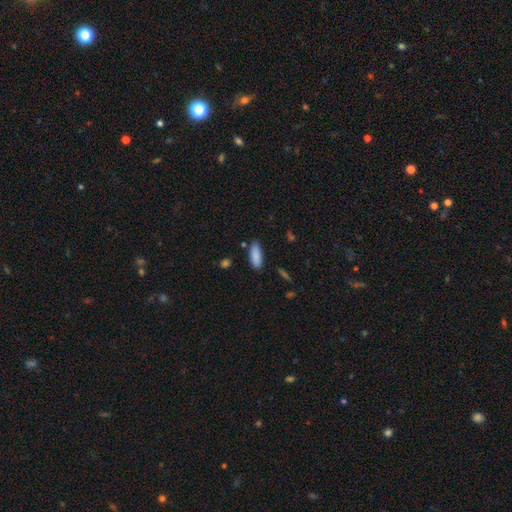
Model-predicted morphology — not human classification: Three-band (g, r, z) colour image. It shows a smooth galaxy with no disk features (89%) that is in between round and cigar-shaped (71%). Merging: none (84%).